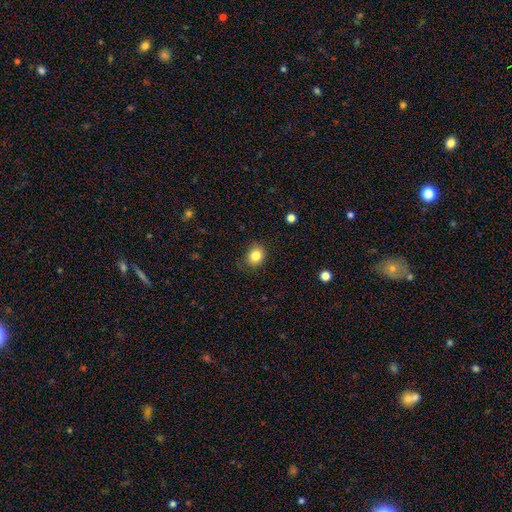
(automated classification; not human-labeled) smooth_or_featured: smooth (p=0.84) [alt: star or artifact p=0.11]
how_rounded: round (p=0.63) [alt: in between p=0.36]
merging: none (p=0.83) [alt: minor disturbance p=0.13]